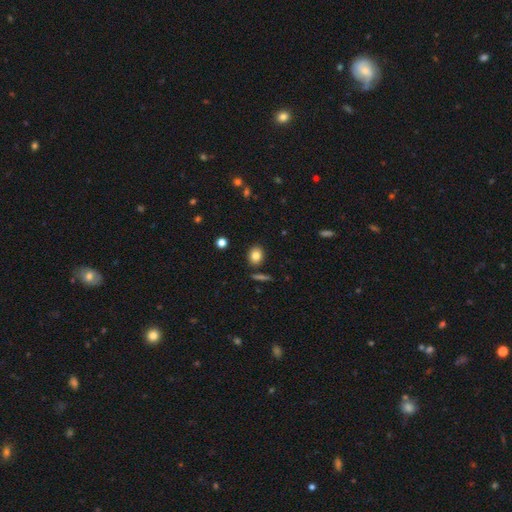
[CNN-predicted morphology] Overall: smooth (82%). How rounded: round (53%; in between 45%). Merging: none (84%).